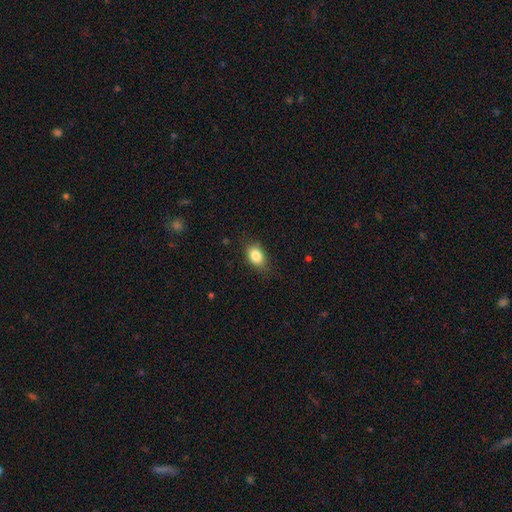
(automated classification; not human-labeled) This is clearly a smooth galaxy (84%). How rounded: likely in between (77%). Merging: likely none (77%).